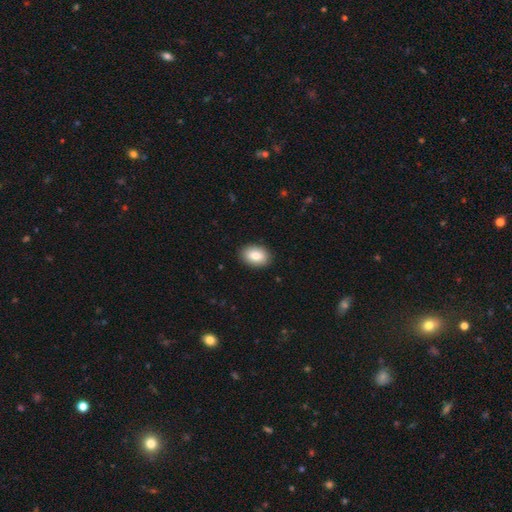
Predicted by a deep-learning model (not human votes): Smooth or featured: smooth — 84% (featured or disk — 9%)
How rounded: in between — 85% (round — 14%)
Merging: none — 90% (minor disturbance — 8%)